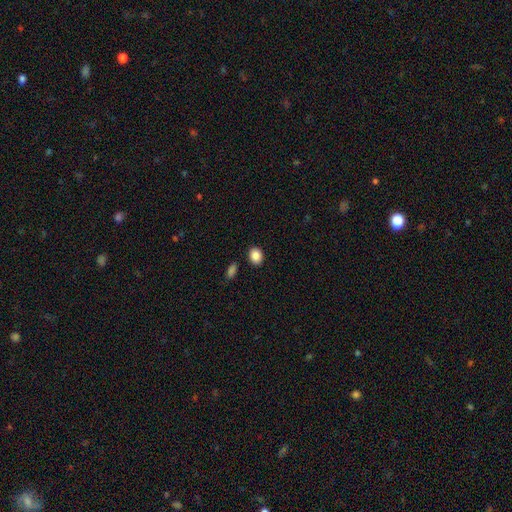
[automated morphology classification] Smooth or featured: smooth — 88% (star or artifact — 8%)
How rounded: in between — 56% (round — 43%)
Merging: none — 87% (minor disturbance — 8%)